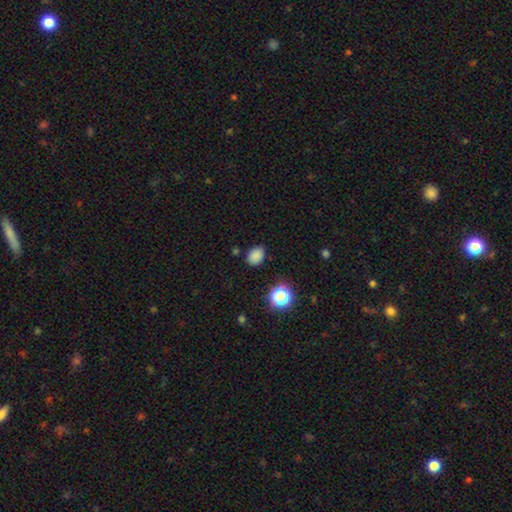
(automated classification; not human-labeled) The model was most divided on "how rounded": in between: 63%, round: 36%, cigar-shaped: 1%. More confident: smooth or featured — smooth (80%); merging — none (80%).